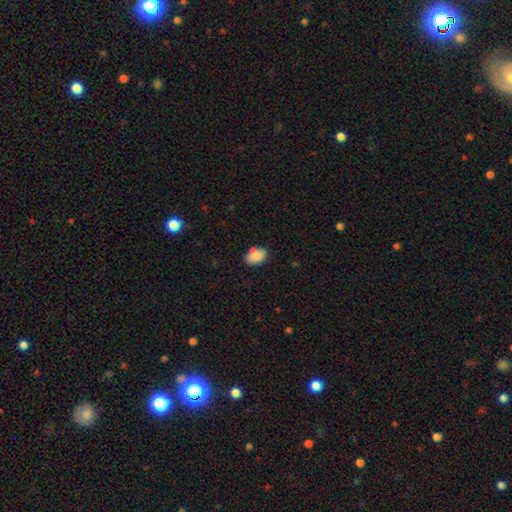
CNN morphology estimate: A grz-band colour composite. It shows a smooth galaxy with no disk features (86%) that is in between round and cigar-shaped (84%). Merging: none (76%).